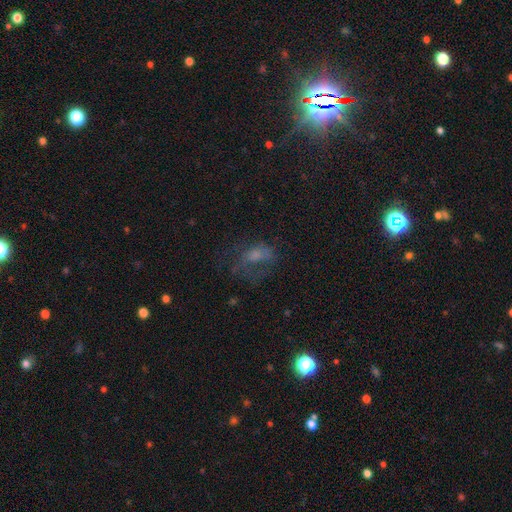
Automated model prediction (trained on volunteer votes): smooth 37%, featured or disk 35%, star or artifact 28%. Down the decision tree: merging — none (42%).